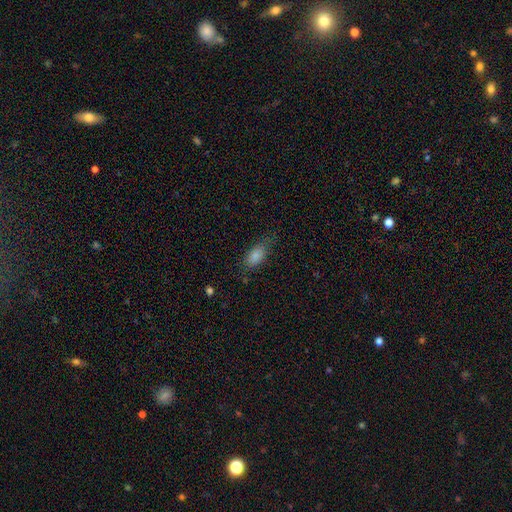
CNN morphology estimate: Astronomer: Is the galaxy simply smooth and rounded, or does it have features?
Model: smooth — 83%.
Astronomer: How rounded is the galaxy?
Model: in between — 88%.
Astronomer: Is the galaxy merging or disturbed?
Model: none — 63%.